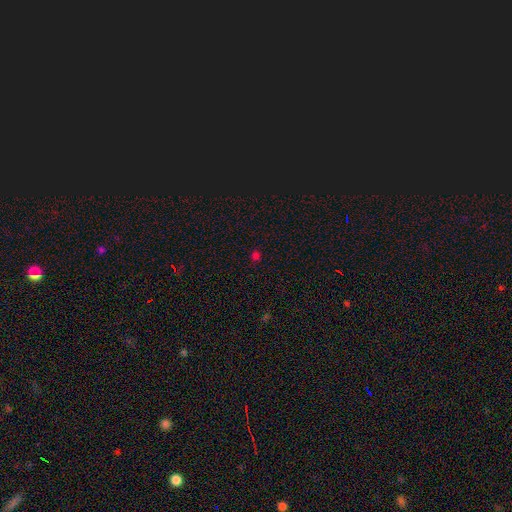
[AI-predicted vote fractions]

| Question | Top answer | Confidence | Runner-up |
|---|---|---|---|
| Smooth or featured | smooth | 62% | star or artifact (34%) |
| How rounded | round | 84% | in between (15%) |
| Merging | none | 86% | minor disturbance (9%) |